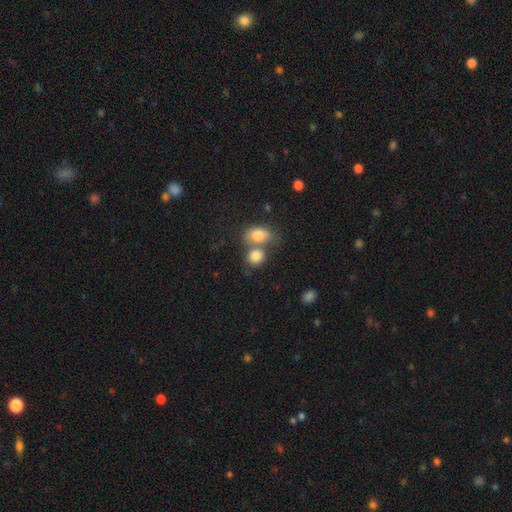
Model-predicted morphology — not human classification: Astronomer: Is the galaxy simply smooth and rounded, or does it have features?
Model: smooth — 82%.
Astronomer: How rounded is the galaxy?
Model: round — 61% (runner-up: in between, 37%).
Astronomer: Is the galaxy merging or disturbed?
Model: merger — 47% (runner-up: none, 39%).